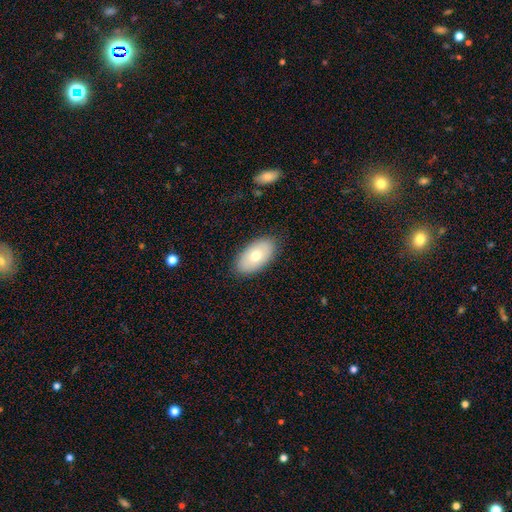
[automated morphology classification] Smooth or featured? Predicted: smooth (p=0.70). How rounded? Predicted: in between (p=0.95). Merging? Predicted: none (p=0.87).